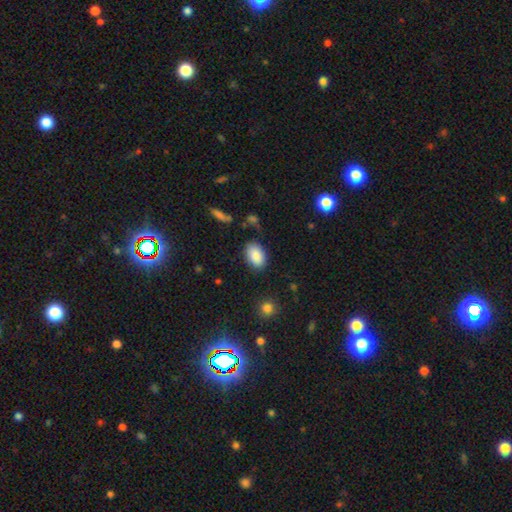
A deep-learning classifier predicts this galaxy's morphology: Smooth or featured: smooth — 88% (star or artifact — 7%)
How rounded: in between — 90% (round — 9%)
Merging: none — 80% (minor disturbance — 14%)